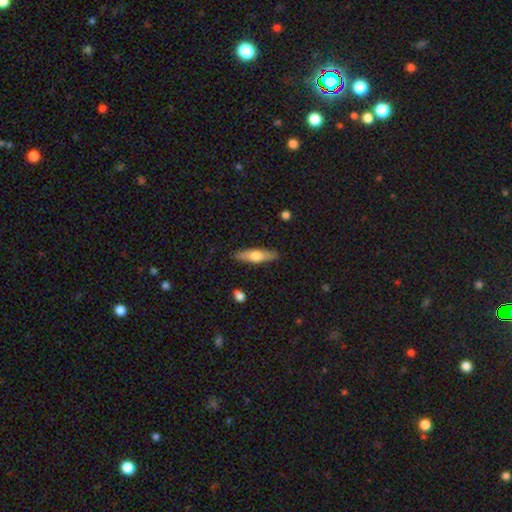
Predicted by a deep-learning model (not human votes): A smooth galaxy with no disk features (56%) that is cigar-shaped (65%).

Vote fractions:
- Smooth or featured? smooth: 56% / featured or disk: 39% / star or artifact: 6%
- How rounded? cigar-shaped: 65% / in between: 33% / round: 2%
- Merging? none: 87% / minor disturbance: 10% / major disturbance: 2% / merger: 1%